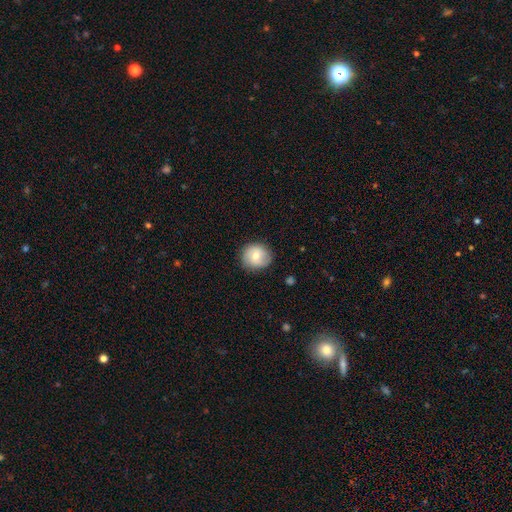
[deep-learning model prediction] The model was most divided on "smooth or featured": smooth: 65%, featured or disk: 27%, star or artifact: 8%. More confident: how rounded — round (85%); merging — none (82%).